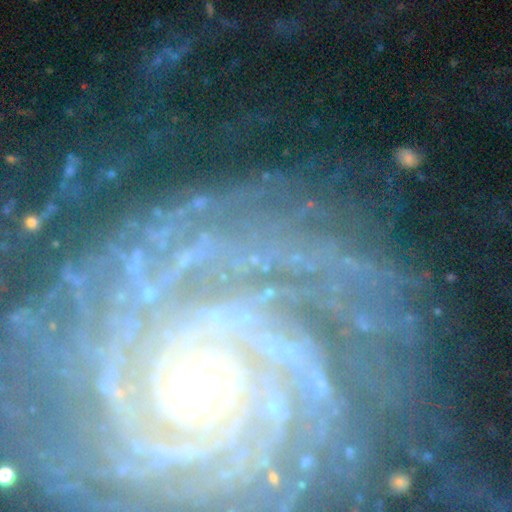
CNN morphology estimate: The model was most divided on "spiral arm count": can't tell: 29%, more than 4: 16%, 3: 16%, 2: 15%, 4: 14%, 1: 10%. More confident: edge-on disk — no (94%); spiral arms — yes (91%); spiral winding — tight (73%); smooth or featured — featured or disk (68%); merging — none (65%); bulge size — small (64%); bar — no (58%).